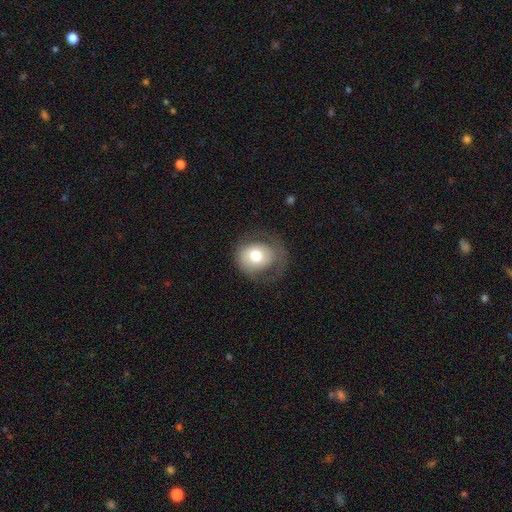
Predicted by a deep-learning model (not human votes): Overall: smooth (63%; featured or disk 28%). How rounded: round (76%). Merging: none (54%; major disturbance 24%).